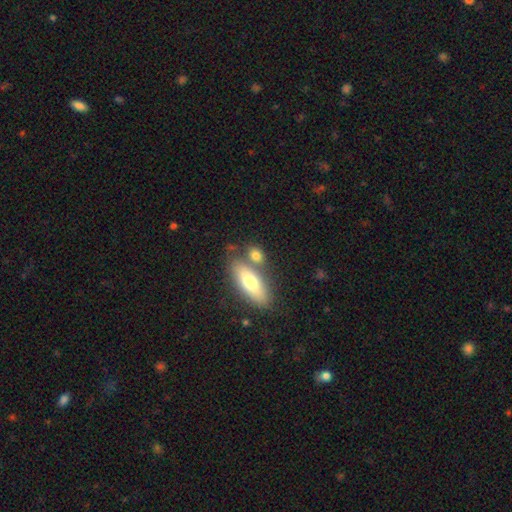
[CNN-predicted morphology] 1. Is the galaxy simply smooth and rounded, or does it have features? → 76% smooth, 17% featured or disk, 8% star or artifact.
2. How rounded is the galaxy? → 60% in between, 23% round, 17% cigar-shaped.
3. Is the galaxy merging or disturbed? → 58% none, 26% merger, 12% minor disturbance, 5% major disturbance.